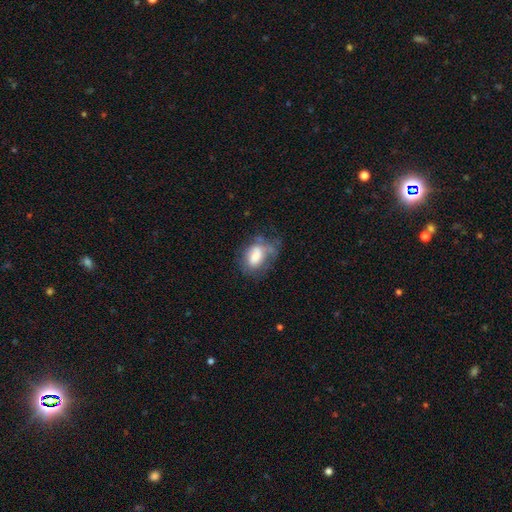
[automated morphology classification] The model was most divided on "merging": none: 33%, minor disturbance: 31%, major disturbance: 30%, merger: 7%. More confident: how rounded — in between (82%); smooth or featured — smooth (66%).